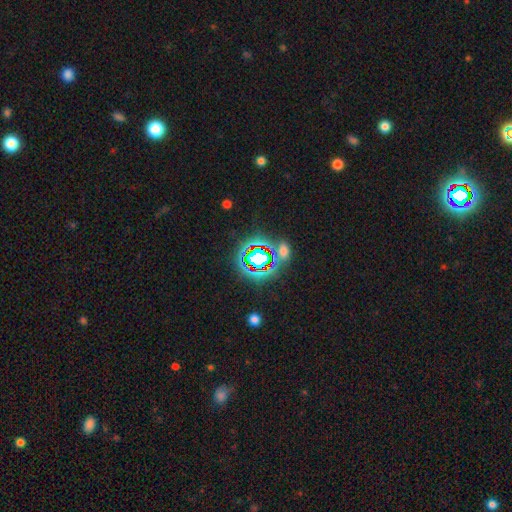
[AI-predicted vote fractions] Q: Smooth or featured?
A: star or artifact (67%); runner-up: smooth (22%)